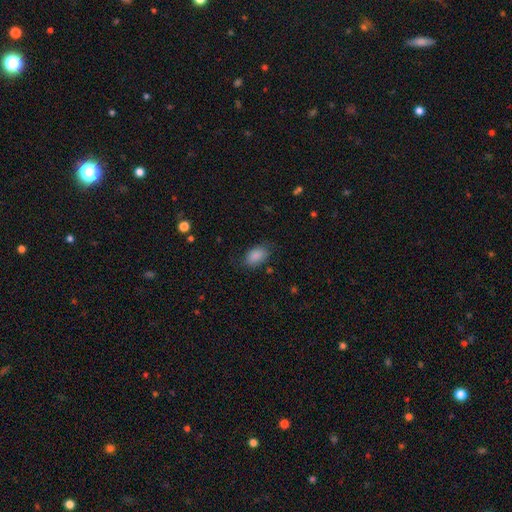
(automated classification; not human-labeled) Q: Smooth or featured?
A: smooth (87%); runner-up: star or artifact (8%)
Q: How rounded?
A: in between (89%); runner-up: round (10%)
Q: Merging?
A: none (73%); runner-up: minor disturbance (20%)